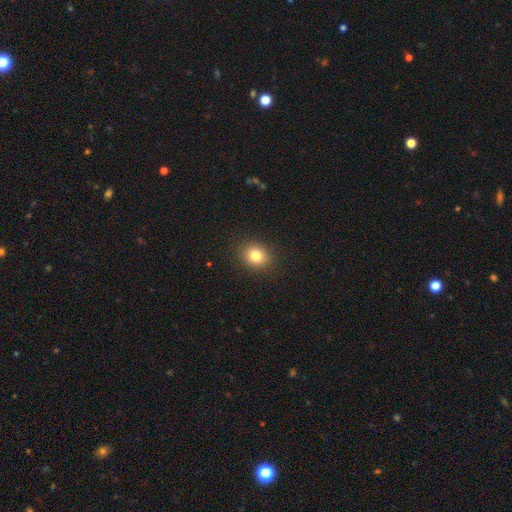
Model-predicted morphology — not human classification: A smooth galaxy with no disk features (81%) that is round (67%). Merging: none (90%).